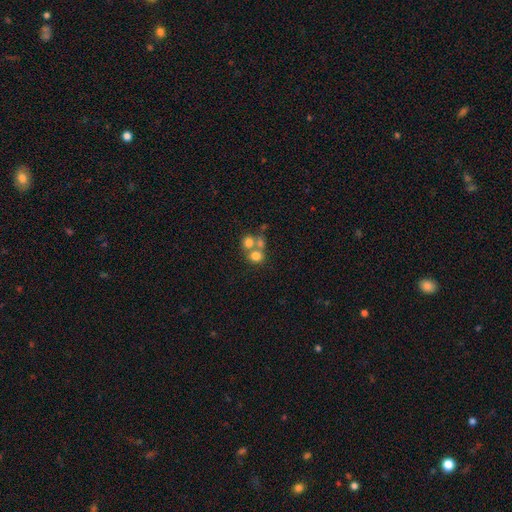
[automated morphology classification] Smooth or featured? smooth (70%)
How rounded? round (79%)
Merging? merger (52%)